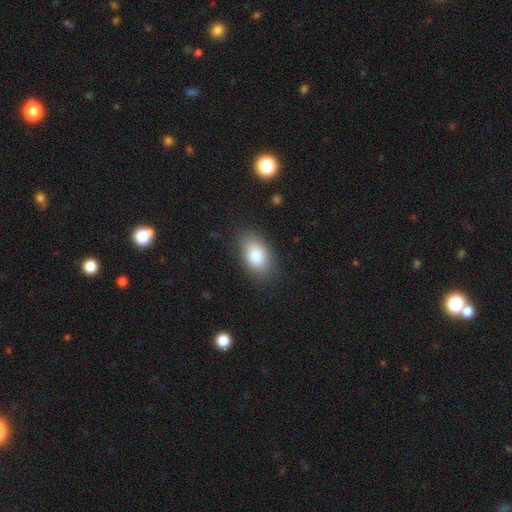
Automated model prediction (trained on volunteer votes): Smooth or featured: smooth — 84% (featured or disk — 8%)
How rounded: in between — 90% (round — 9%)
Merging: none — 82% (minor disturbance — 13%)